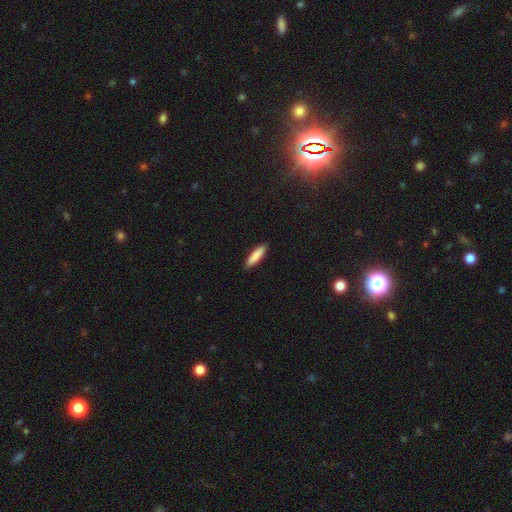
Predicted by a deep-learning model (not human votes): smooth 86%, featured or disk 8%, star or artifact 5%. Down the decision tree: how rounded — cigar-shaped (75%); merging — none (90%).